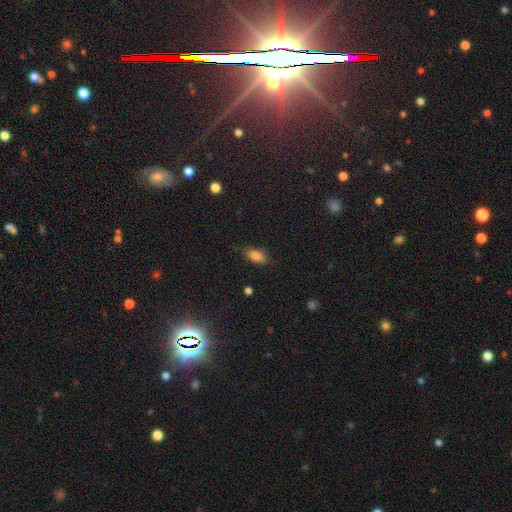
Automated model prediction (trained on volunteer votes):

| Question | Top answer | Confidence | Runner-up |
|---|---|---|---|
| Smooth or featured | smooth | 83% | star or artifact (10%) |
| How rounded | in between | 89% | cigar-shaped (6%) |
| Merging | none | 73% | minor disturbance (21%) |